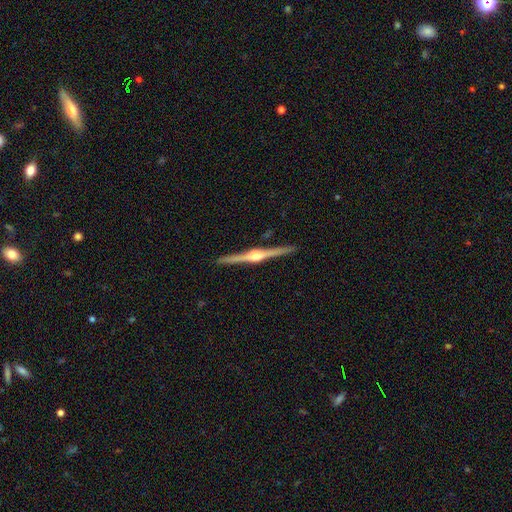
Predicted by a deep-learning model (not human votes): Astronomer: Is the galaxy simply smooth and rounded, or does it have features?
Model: featured or disk — 88%.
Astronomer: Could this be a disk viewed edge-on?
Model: yes — 99%.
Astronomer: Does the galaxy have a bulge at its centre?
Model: rounded — 93%.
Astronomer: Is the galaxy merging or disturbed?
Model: none — 93%.